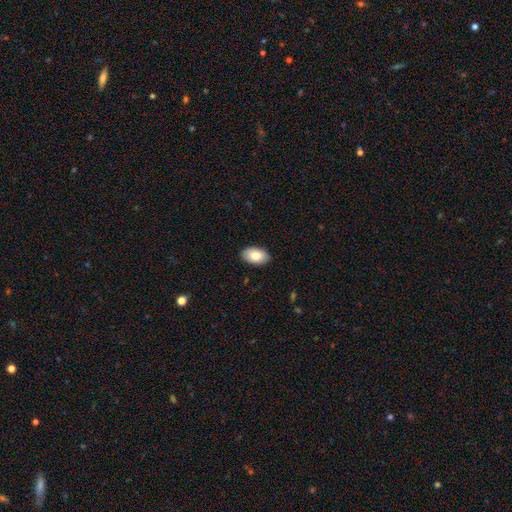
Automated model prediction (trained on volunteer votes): smooth_or_featured: smooth (p=0.80) [alt: featured or disk p=0.13]
how_rounded: in between (p=0.93) [alt: round p=0.06]
merging: none (p=0.89) [alt: minor disturbance p=0.09]